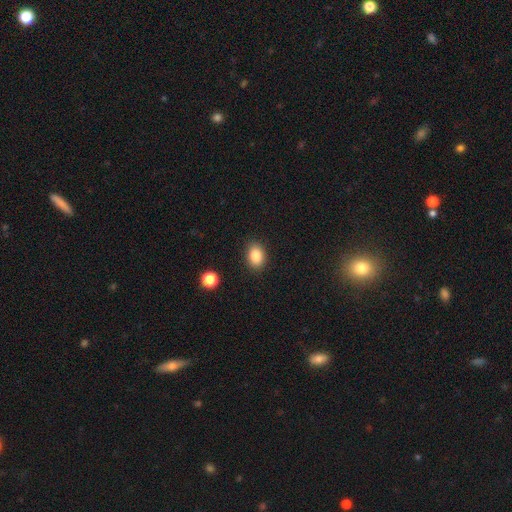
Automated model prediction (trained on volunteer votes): The model was most divided on "how rounded": in between: 77%, round: 22%, cigar-shaped: 1%. More confident: merging — none (87%); smooth or featured — smooth (86%).